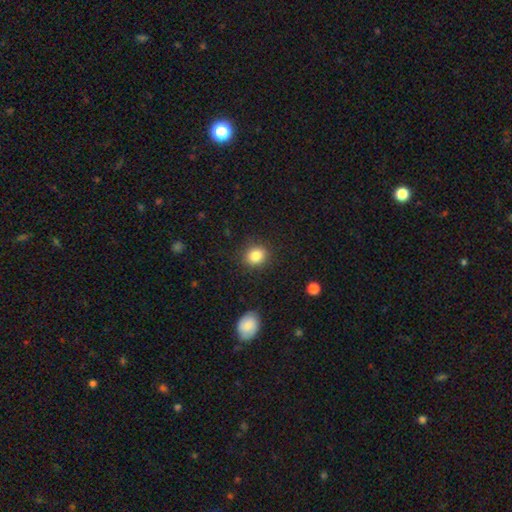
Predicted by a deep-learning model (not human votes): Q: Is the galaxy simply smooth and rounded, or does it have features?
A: smooth — 85%.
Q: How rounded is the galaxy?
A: round — 75%.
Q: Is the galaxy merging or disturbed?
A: none — 88%.